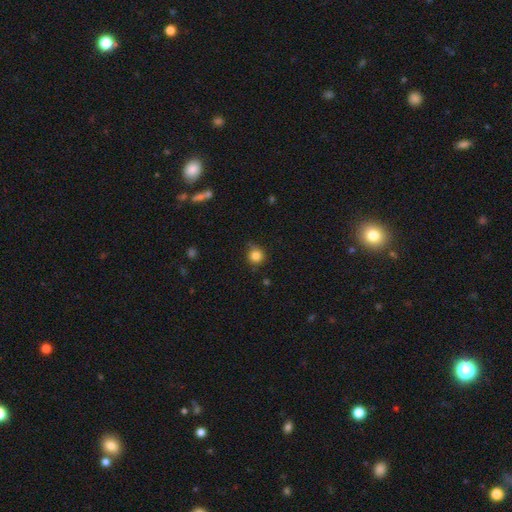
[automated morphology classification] A smooth galaxy with no disk features (83%) that is round (92%).

Vote fractions:
- Smooth or featured? smooth: 83% / star or artifact: 11% / featured or disk: 5%
- How rounded? round: 92% / in between: 7% / cigar-shaped: 1%
- Merging? none: 74% / minor disturbance: 20% / major disturbance: 4% / merger: 2%